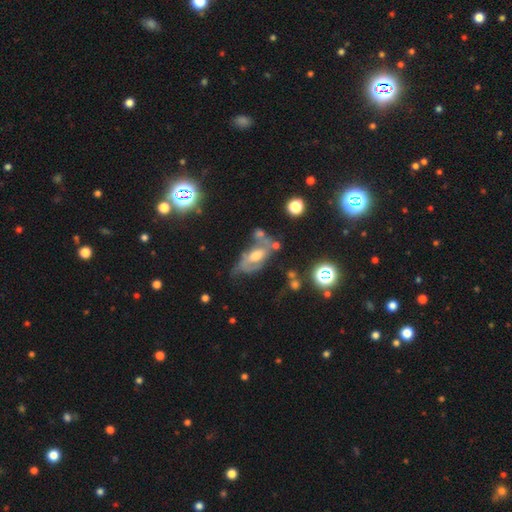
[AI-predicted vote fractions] Q: Smooth or featured?
A: featured or disk (63%); runner-up: smooth (23%)
Q: Edge-on disk?
A: no (89%); runner-up: yes (11%)
Q: Bar?
A: no (51%); runner-up: weak (38%)
Q: Spiral arms?
A: yes (68%); runner-up: no (32%)
Q: Bulge size?
A: moderate (59%); runner-up: large (20%)
Q: Merging?
A: none (37%); runner-up: minor disturbance (25%)